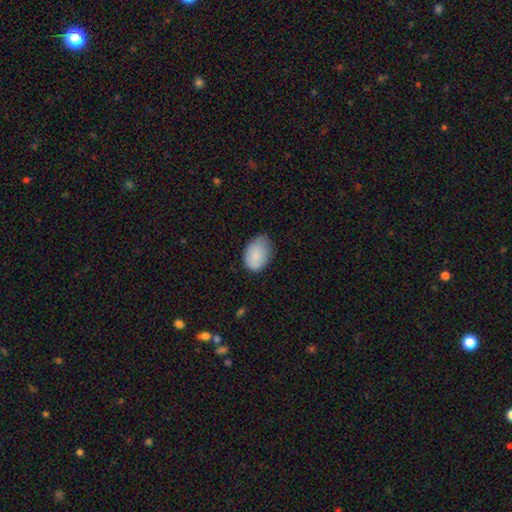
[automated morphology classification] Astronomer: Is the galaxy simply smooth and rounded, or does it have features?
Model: smooth — 86%.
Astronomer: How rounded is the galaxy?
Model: in between — 83%.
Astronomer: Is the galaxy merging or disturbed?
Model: none — 55% (runner-up: minor disturbance, 37%).